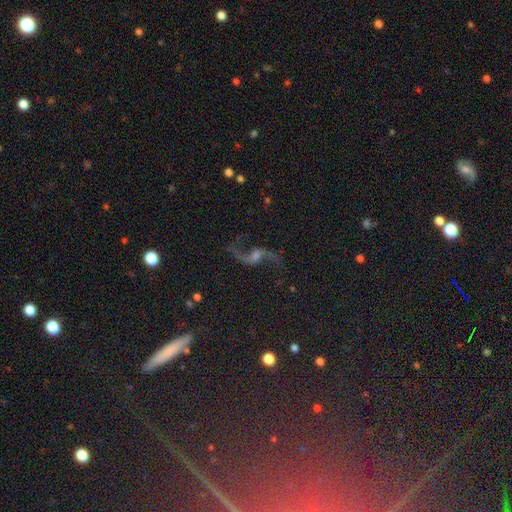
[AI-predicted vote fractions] smooth-or-featured: featured or disk: 84% | star or artifact: 10% | smooth: 6%
  disk-edge-on: no: 94% | yes: 6%
    bar: no: 51% | weak: 36% | strong: 13%
    has-spiral-arms: yes: 96% | no: 4%
      spiral-winding: loose: 90% | medium: 8% | tight: 2%
      spiral-arm-count: 2: 93% | 1: 2% | can't tell: 1% | 3: 1% | 4: 1% | more than 4: 1%
    bulge-size: moderate: 41% | small: 39% | none: 11% | large: 8% | dominant: 2%
  merging: none: 75% | minor disturbance: 12% | major disturbance: 10% | merger: 3%